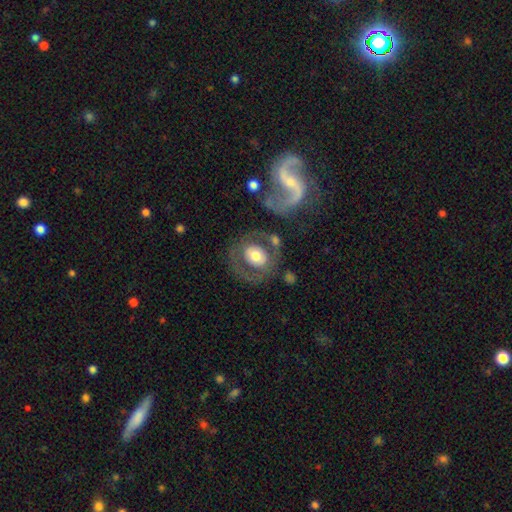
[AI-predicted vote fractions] Smooth or featured: featured or disk — 50% (smooth — 43%)
Merging: none — 66% (minor disturbance — 13%)